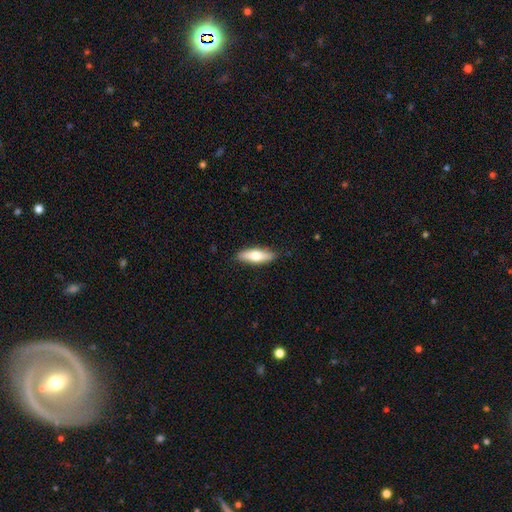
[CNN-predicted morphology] A smooth galaxy with no disk features (62%) that is in between round and cigar-shaped (53%).

Vote fractions:
- Smooth or featured? smooth: 62% / featured or disk: 32% / star or artifact: 5%
- How rounded? in between: 53% / cigar-shaped: 45% / round: 2%
- Merging? none: 86% / minor disturbance: 11% / major disturbance: 2% / merger: 1%